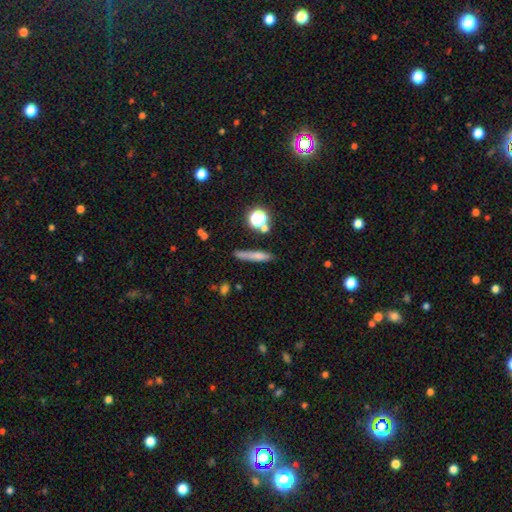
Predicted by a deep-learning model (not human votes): Smooth or featured? Predicted: smooth (p=0.66). How rounded? Predicted: cigar-shaped (p=0.83). Merging? Predicted: none (p=0.74).